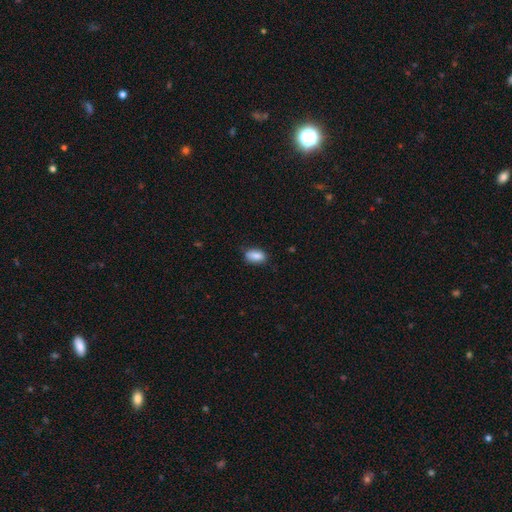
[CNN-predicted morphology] This is clearly a smooth galaxy (86%). How rounded: clearly in between (89%). Merging: likely none (77%).